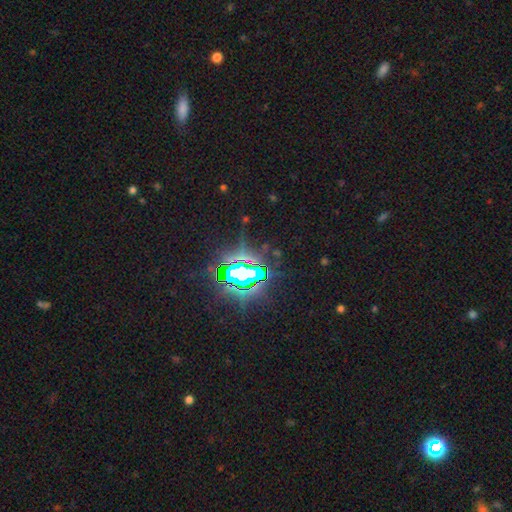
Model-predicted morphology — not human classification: Q: Smooth or featured?
A: star or artifact (86%); runner-up: smooth (8%)